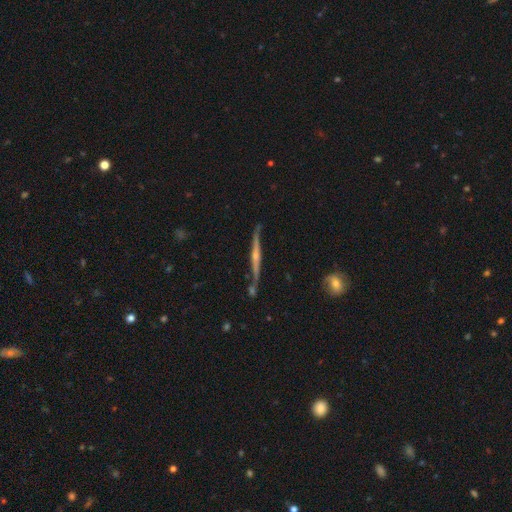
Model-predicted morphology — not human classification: A featured or disk galaxy (80%) viewed edge-on (95%) with a rounded central bulge (73%).

Vote fractions:
- Smooth or featured? featured or disk: 80% / smooth: 14% / star or artifact: 6%
- Edge-on disk? yes: 95% / no: 5%
- Edge-on bulge? rounded: 73% / none: 17% / boxy: 10%
- Merging? none: 73% / minor disturbance: 17% / merger: 6% / major disturbance: 4%